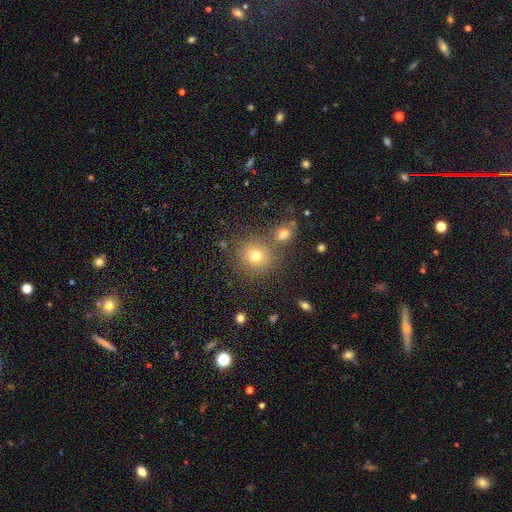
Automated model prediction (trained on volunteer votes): A smooth galaxy with no disk features (74%) that is round (86%). Merging: none (71%).